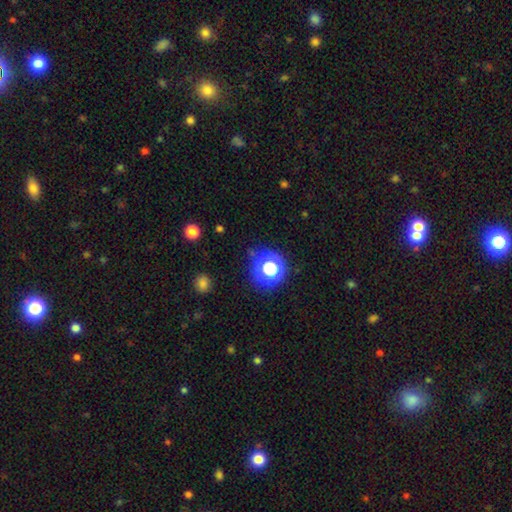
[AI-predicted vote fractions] Q: Smooth or featured?
A: star or artifact (63%); runner-up: smooth (29%)